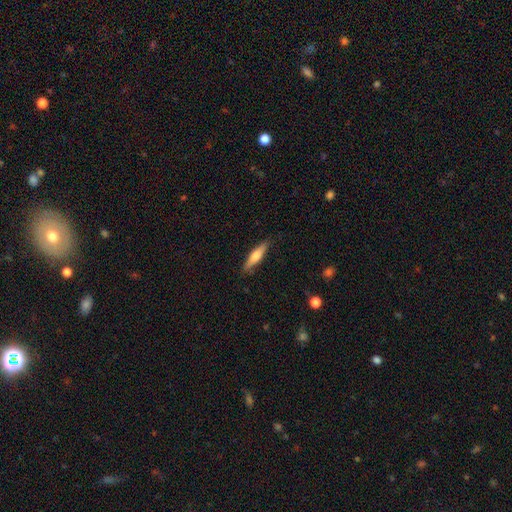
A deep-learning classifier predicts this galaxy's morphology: Smooth or featured? Predicted: smooth (p=0.60). How rounded? Predicted: cigar-shaped (p=0.76). Merging? Predicted: none (p=0.86).